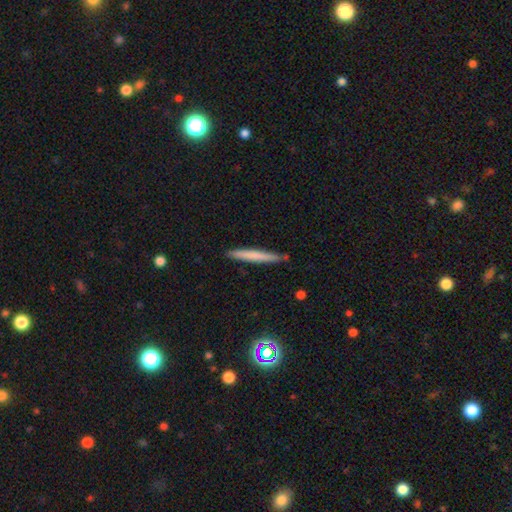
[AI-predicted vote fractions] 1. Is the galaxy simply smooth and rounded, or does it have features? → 71% smooth, 24% featured or disk, 5% star or artifact.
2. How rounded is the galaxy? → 96% cigar-shaped, 3% in between, 1% round.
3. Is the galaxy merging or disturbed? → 84% none, 12% minor disturbance, 2% merger, 2% major disturbance.